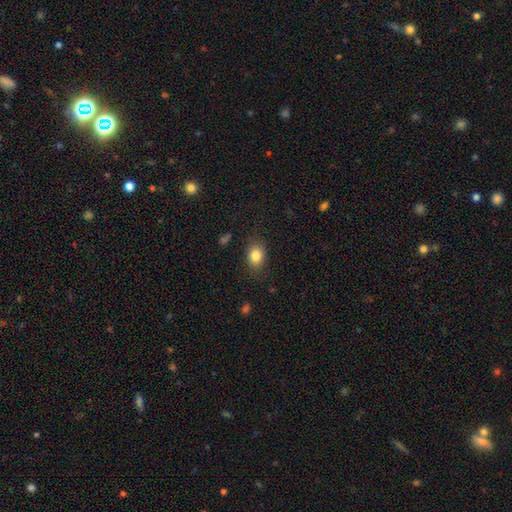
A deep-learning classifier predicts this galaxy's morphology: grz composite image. It shows a smooth galaxy with no disk features (84%) that is in between round and cigar-shaped (66%). Merging: none (83%).